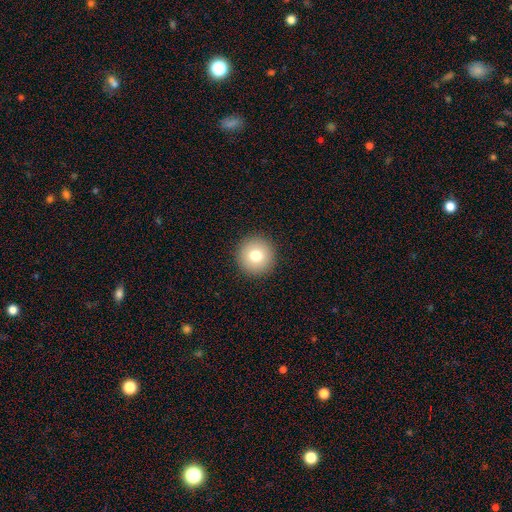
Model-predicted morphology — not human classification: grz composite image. It shows a smooth galaxy with no disk features (77%) that is round (96%). Merging: none (93%).